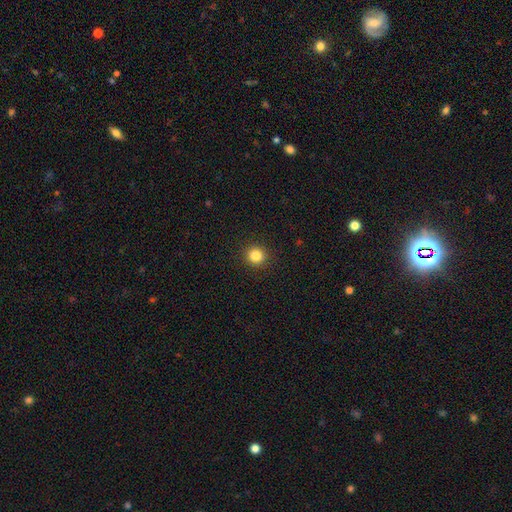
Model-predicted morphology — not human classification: type=smooth (84%); roundness=round (92%); merging=none (92%).